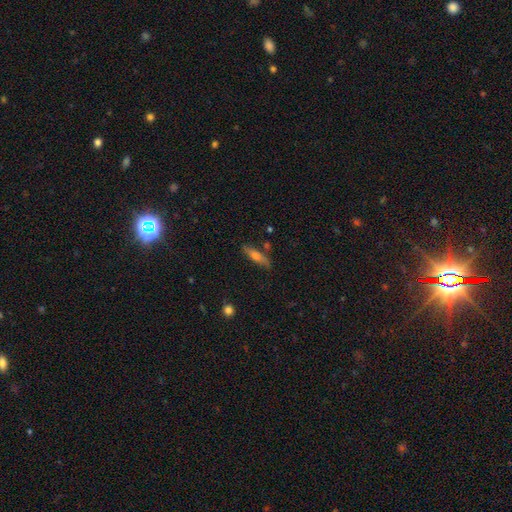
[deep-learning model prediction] smooth 54%, featured or disk 38%, star or artifact 8%. Down the decision tree: how rounded — cigar-shaped (72%); merging — none (79%).